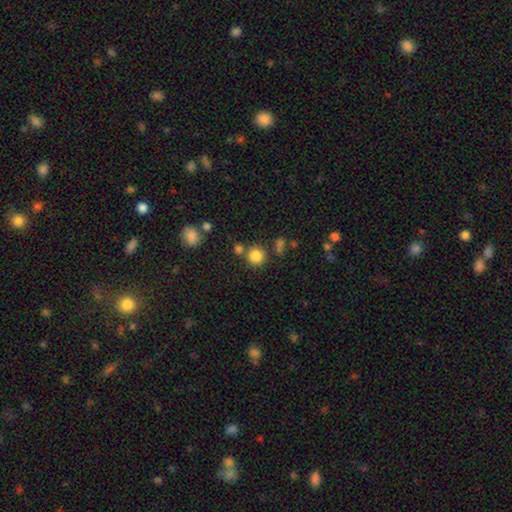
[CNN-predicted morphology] Smooth or featured? Predicted: smooth (p=0.83). How rounded? Predicted: round (p=0.91). Merging? Predicted: none (p=0.71).